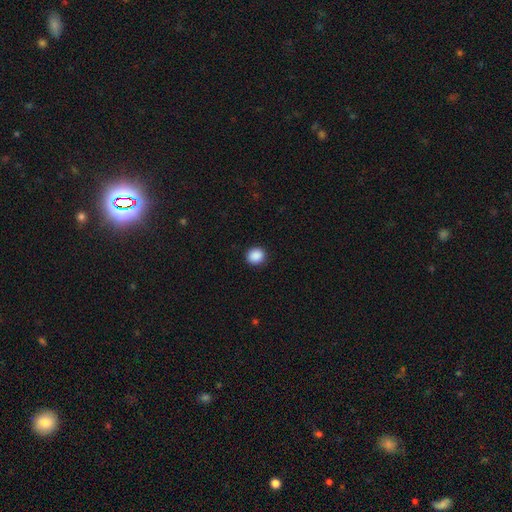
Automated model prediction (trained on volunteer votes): The model was most divided on "how rounded": round: 86%, in between: 14%, cigar-shaped: 1%. More confident: merging — none (91%); smooth or featured — smooth (89%).